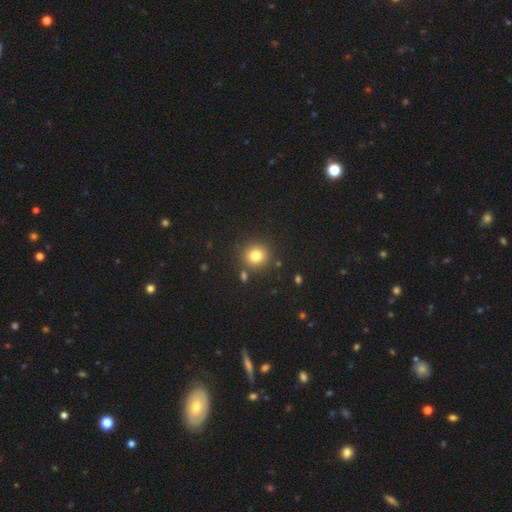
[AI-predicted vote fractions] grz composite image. It shows a smooth galaxy with no disk features (80%) that is round (91%). Merging: none (84%).